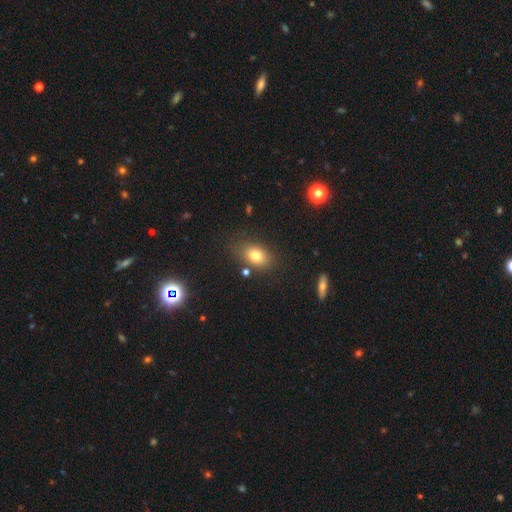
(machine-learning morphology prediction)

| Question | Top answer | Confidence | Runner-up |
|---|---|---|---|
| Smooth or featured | smooth | 78% | featured or disk (11%) |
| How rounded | in between | 76% | round (22%) |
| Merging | none | 75% | minor disturbance (15%) |